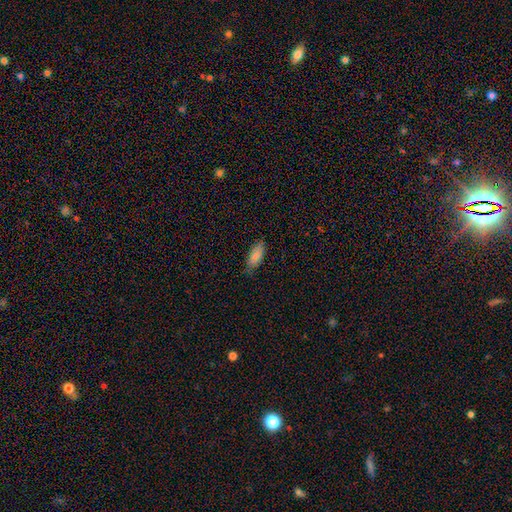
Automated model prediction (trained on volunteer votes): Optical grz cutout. It shows a smooth galaxy with no disk features (85%) that is in between round and cigar-shaped (81%). Merging: none (73%).